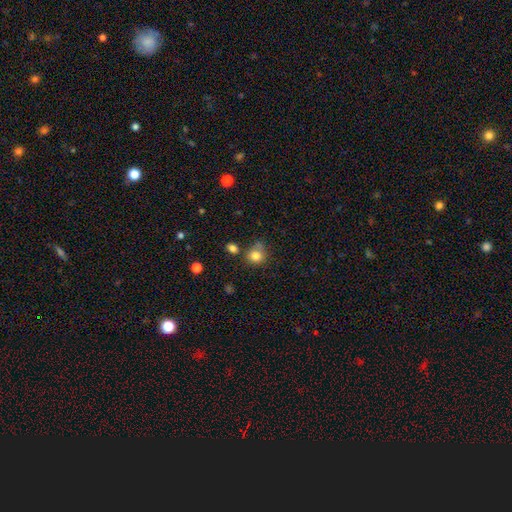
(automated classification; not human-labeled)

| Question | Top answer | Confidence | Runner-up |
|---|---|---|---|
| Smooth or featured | smooth | 81% | star or artifact (12%) |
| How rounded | round | 83% | in between (16%) |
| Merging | none | 64% | minor disturbance (18%) |